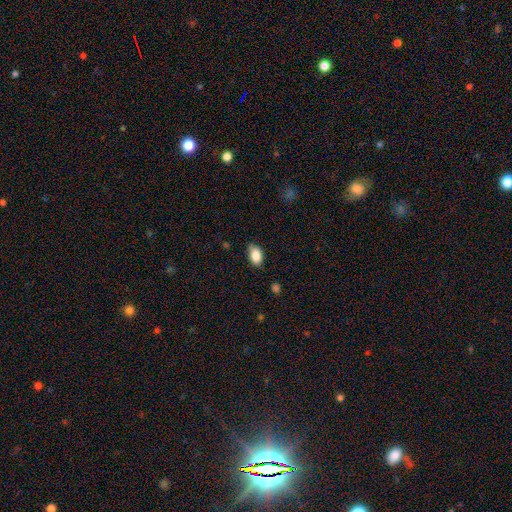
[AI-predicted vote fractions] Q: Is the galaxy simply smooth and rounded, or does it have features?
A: smooth — 86%.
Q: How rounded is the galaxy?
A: in between — 90%.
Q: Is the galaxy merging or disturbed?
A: none — 73%.